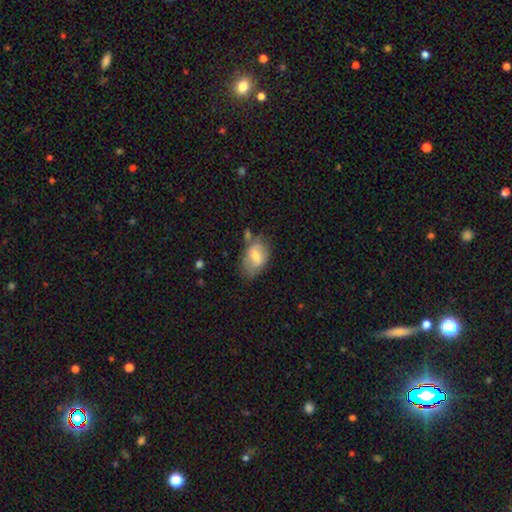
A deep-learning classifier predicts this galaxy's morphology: type=smooth (59%); roundness=in between (85%); merging=none (52%).